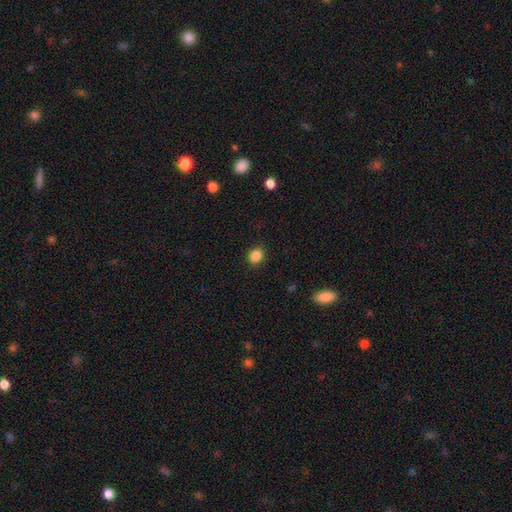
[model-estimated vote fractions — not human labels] Smooth or featured: smooth — 87% (star or artifact — 10%)
How rounded: round — 60% (in between — 39%)
Merging: none — 89% (minor disturbance — 8%)